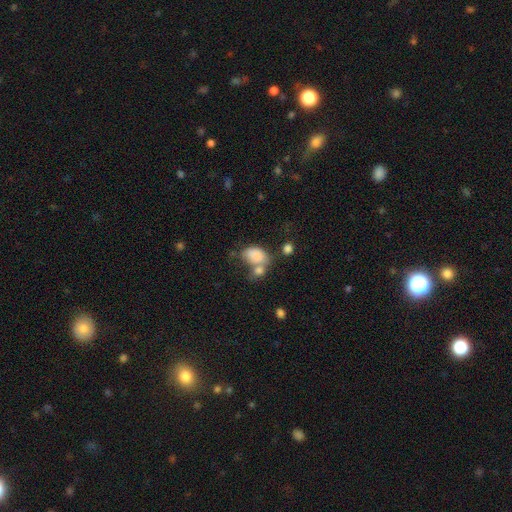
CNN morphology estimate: smooth_or_featured: smooth (p=0.80) [alt: featured or disk p=0.11]
how_rounded: in between (p=0.83) [alt: round p=0.15]
merging: merger (p=0.43) [alt: none p=0.29]